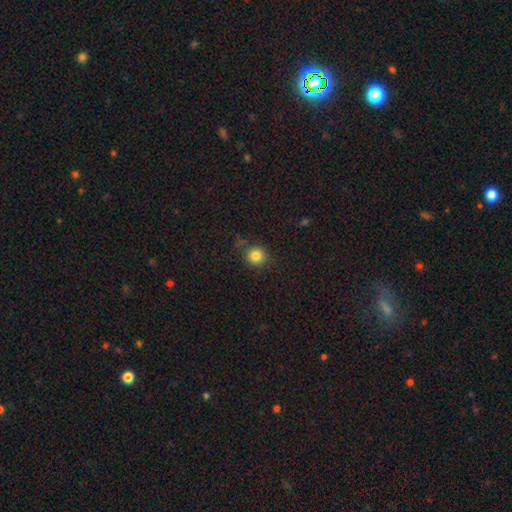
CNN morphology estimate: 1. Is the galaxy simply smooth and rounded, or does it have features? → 83% smooth, 12% star or artifact, 5% featured or disk.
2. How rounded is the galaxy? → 92% round, 7% in between, 1% cigar-shaped.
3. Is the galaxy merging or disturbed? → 85% none, 10% minor disturbance, 3% major disturbance, 3% merger.